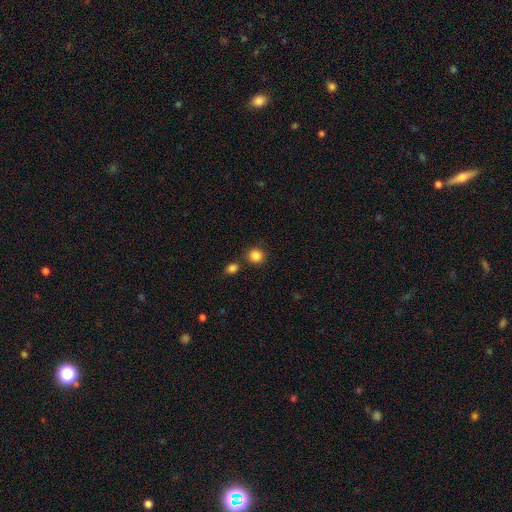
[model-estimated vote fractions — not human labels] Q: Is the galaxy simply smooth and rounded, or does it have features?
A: smooth — 85%.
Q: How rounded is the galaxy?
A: round — 88%.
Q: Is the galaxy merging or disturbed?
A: none — 81%.